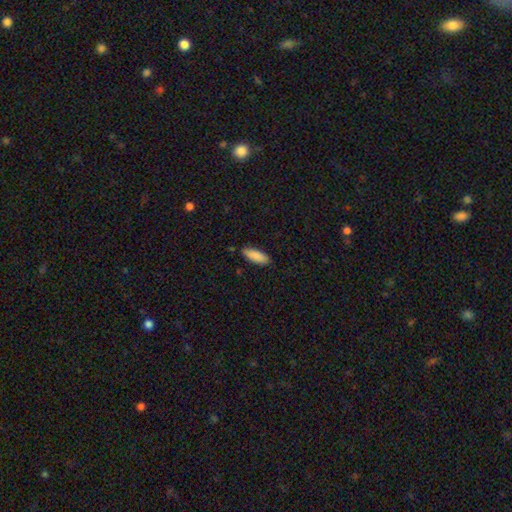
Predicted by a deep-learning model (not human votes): smooth-or-featured: smooth: 89% | star or artifact: 6% | featured or disk: 6%
  how-rounded: in between: 65% | cigar-shaped: 34% | round: 2%
  merging: none: 85% | minor disturbance: 11% | major disturbance: 2% | merger: 1%